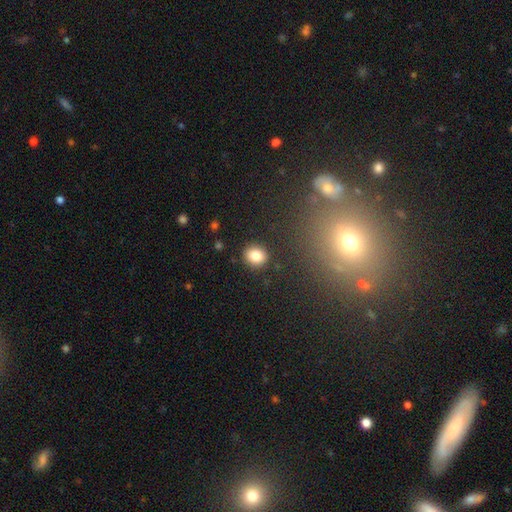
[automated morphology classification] This appears to be a smooth galaxy with no disk features (84%) that is round (66%). Merging: none (88%).